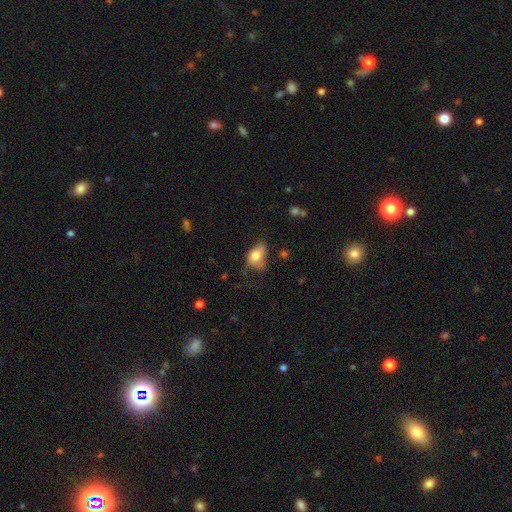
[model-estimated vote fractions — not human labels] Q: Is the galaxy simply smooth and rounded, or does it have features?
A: smooth — 74%.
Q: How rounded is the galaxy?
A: in between — 82%.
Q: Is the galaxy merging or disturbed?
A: none — 37%.